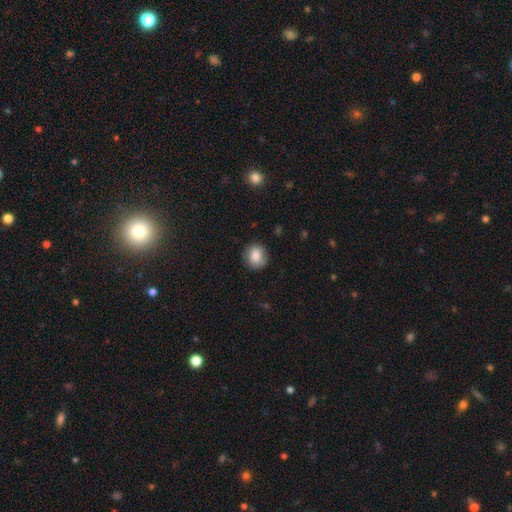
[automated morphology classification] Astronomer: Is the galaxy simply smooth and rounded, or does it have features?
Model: smooth — 82%.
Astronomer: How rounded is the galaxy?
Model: round — 74%.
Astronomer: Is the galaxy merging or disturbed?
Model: none — 79%.